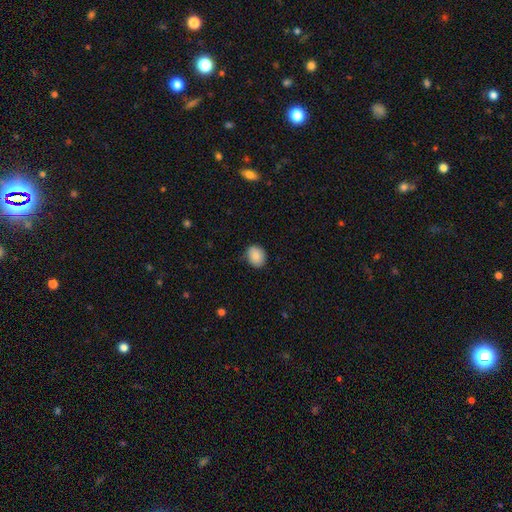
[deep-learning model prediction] This appears to be a smooth galaxy with no disk features (87%) that is round (55%). Merging: none (80%).